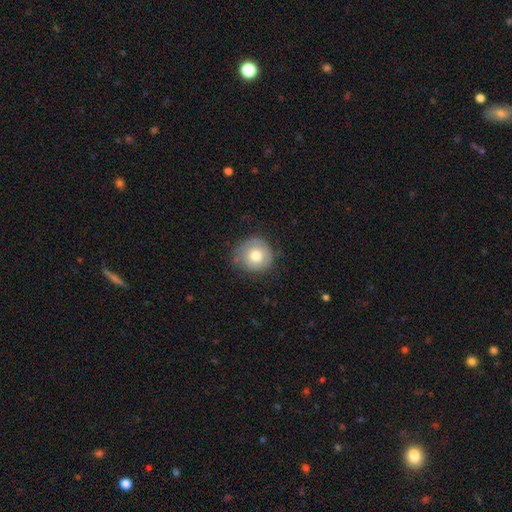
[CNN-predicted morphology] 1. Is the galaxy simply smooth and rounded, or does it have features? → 66% smooth, 27% featured or disk, 7% star or artifact.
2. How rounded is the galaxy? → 90% round, 9% in between, 1% cigar-shaped.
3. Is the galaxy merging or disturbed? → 66% none, 25% minor disturbance, 8% major disturbance, 1% merger.